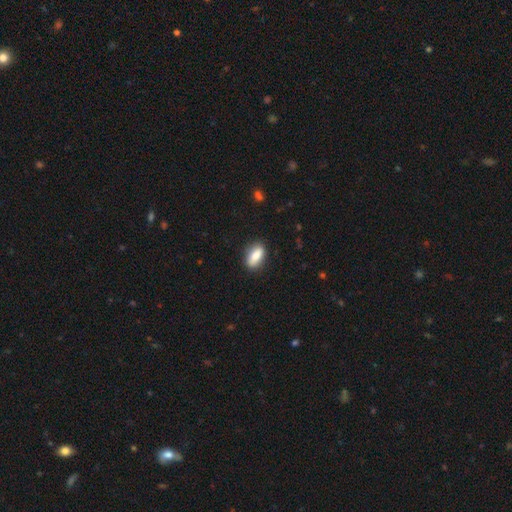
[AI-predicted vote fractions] Smooth or featured: smooth — 82% (featured or disk — 12%)
How rounded: in between — 84% (cigar-shaped — 11%)
Merging: none — 85% (minor disturbance — 11%)